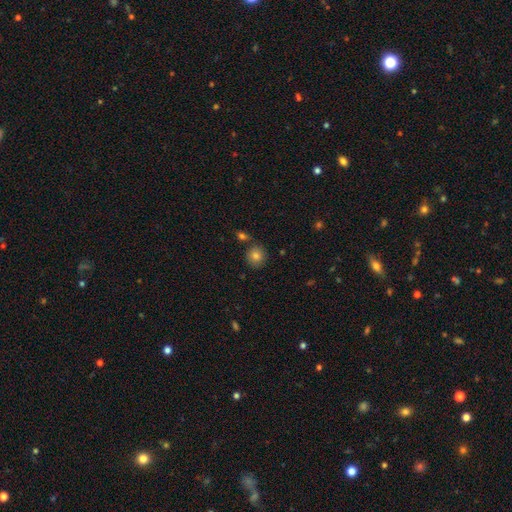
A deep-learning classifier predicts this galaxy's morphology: This appears to be a smooth galaxy with no disk features (82%) that is round (88%). Merging: none (78%).